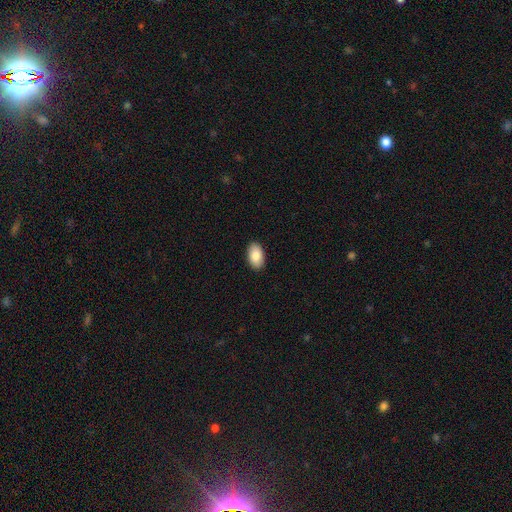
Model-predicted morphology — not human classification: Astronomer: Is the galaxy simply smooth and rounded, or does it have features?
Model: smooth — 87%.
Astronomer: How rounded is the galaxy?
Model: in between — 94%.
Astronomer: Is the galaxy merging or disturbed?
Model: none — 91%.